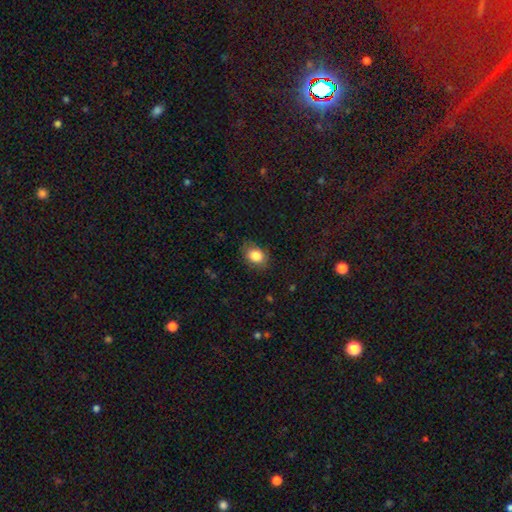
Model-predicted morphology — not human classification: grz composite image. It shows a smooth galaxy with no disk features (82%) that is in between round and cigar-shaped (67%). Merging: none (78%).